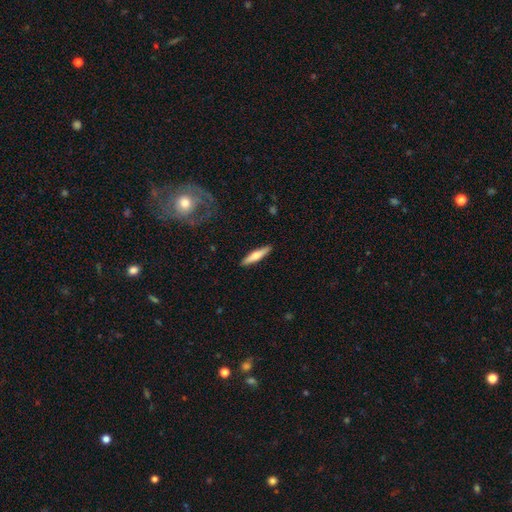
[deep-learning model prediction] The model was most divided on "smooth or featured": smooth: 52%, featured or disk: 43%, star or artifact: 5%. More confident: merging — none (90%); how rounded — cigar-shaped (86%).